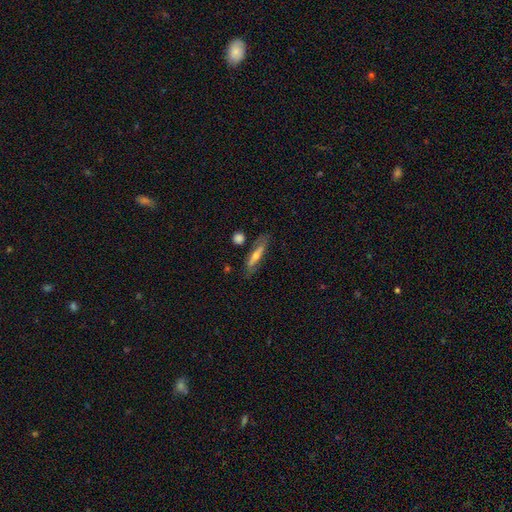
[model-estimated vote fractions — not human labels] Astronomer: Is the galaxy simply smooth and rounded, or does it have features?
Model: featured or disk — 53% (runner-up: smooth, 40%).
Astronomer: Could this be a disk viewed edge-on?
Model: yes — 61% (runner-up: no, 39%).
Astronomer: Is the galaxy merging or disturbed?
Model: none — 73%.